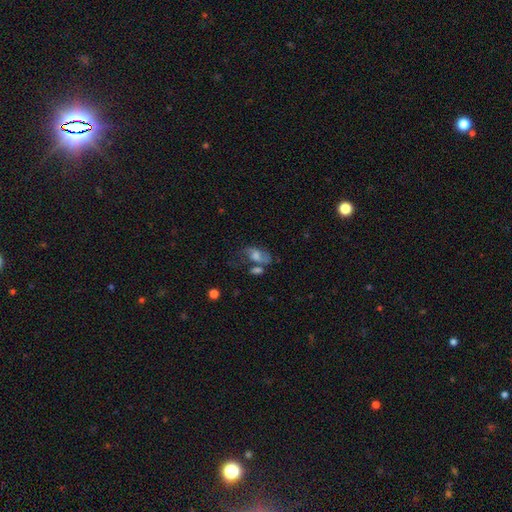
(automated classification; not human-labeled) Smooth or featured? smooth (52%)
How rounded? in between (85%)
Merging? none (33%)